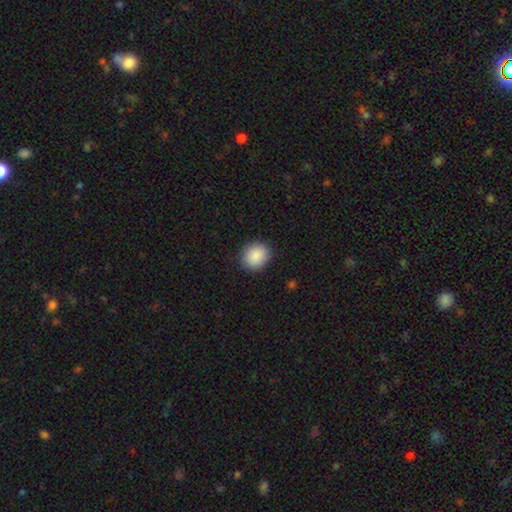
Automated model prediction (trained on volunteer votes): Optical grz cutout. It shows a smooth galaxy with no disk features (89%) that is round (72%). Merging: none (89%).